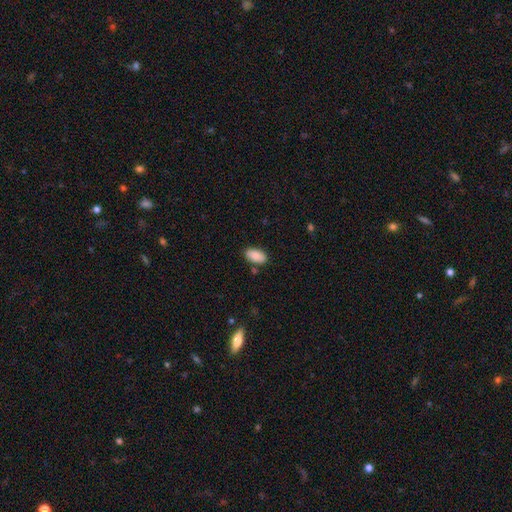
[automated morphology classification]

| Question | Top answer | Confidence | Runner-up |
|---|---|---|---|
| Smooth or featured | smooth | 87% | star or artifact (7%) |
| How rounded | in between | 95% | round (3%) |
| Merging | none | 81% | minor disturbance (12%) |